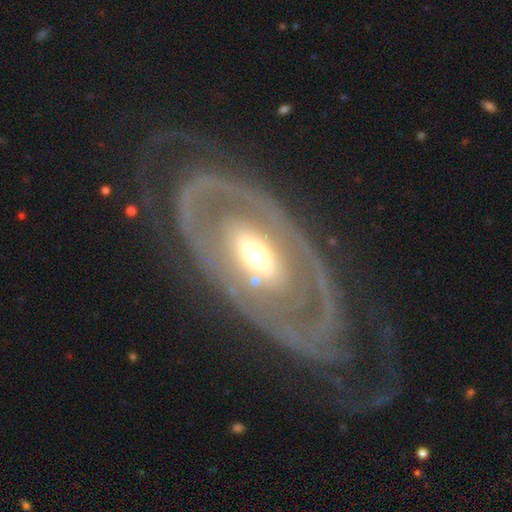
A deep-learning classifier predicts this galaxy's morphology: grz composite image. It shows a featured or disk galaxy (83%) with no bar (60%), spiral arms (60%) and a moderate central bulge (60%). Merging: none (62%).